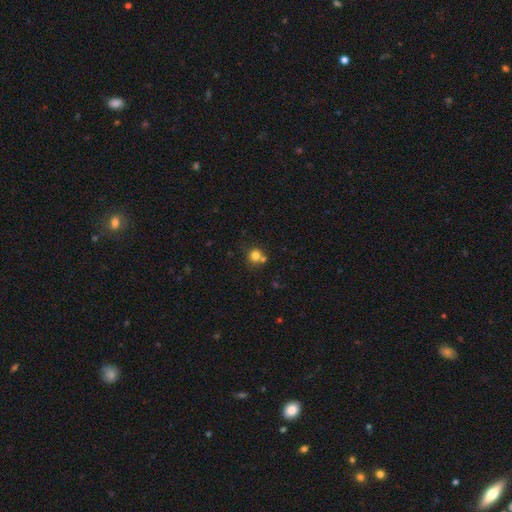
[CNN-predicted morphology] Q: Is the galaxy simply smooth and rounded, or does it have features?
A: smooth — 78%.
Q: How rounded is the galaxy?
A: round — 90%.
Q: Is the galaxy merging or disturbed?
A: none — 60%.